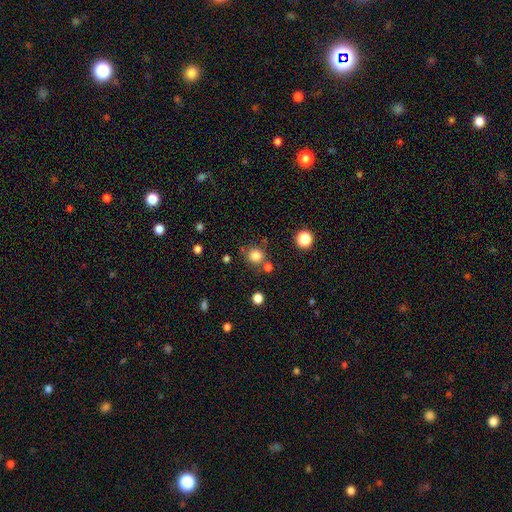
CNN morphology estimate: A smooth galaxy with no disk features (81%) that is round (90%).

Vote fractions:
- Smooth or featured? smooth: 81% / star or artifact: 13% / featured or disk: 6%
- How rounded? round: 90% / in between: 9% / cigar-shaped: 1%
- Merging? none: 75% / merger: 11% / minor disturbance: 10% / major disturbance: 4%